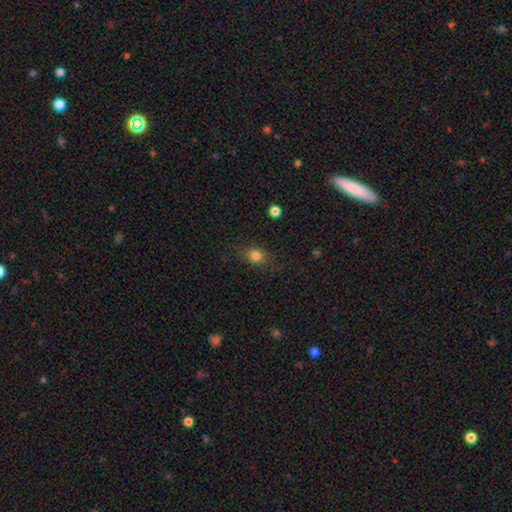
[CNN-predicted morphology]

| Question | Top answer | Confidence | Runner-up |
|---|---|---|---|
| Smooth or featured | smooth | 80% | star or artifact (12%) |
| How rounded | round | 58% | in between (40%) |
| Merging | none | 77% | minor disturbance (16%) |